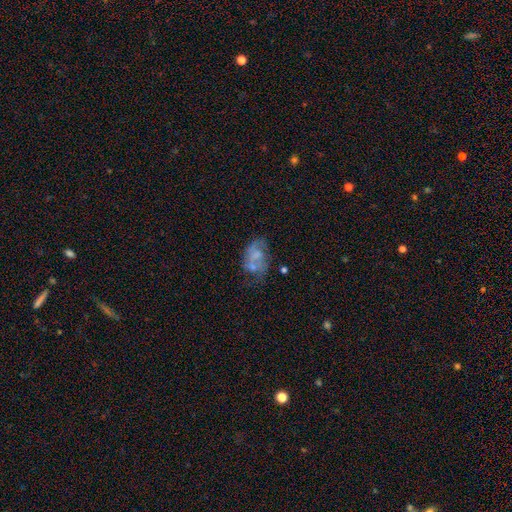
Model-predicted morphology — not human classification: Q: Smooth or featured?
A: featured or disk (56%); runner-up: smooth (34%)
Q: Edge-on disk?
A: no (97%); runner-up: yes (3%)
Q: Bar?
A: no (72%); runner-up: weak (23%)
Q: Spiral arms?
A: yes (51%); runner-up: no (49%)
Q: Bulge size?
A: none (38%); runner-up: small (29%)
Q: Merging?
A: none (33%); runner-up: major disturbance (24%)